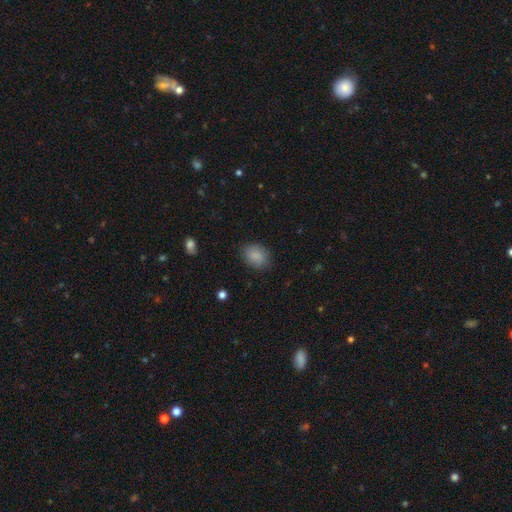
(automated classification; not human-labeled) Q: Smooth or featured?
A: smooth (87%); runner-up: star or artifact (8%)
Q: How rounded?
A: in between (65%); runner-up: round (33%)
Q: Merging?
A: none (82%); runner-up: minor disturbance (13%)